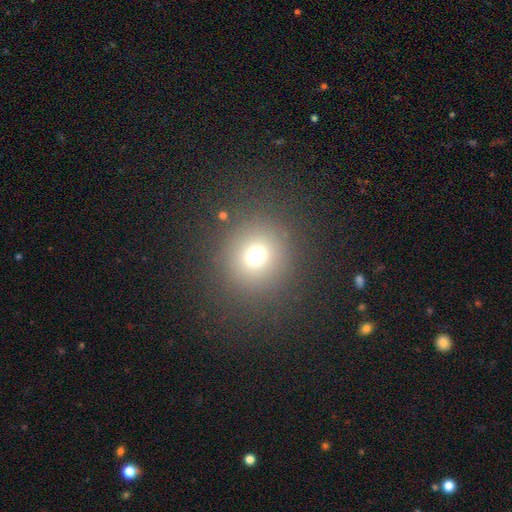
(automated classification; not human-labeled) Smooth or featured? smooth (72%)
How rounded? round (91%)
Merging? none (87%)